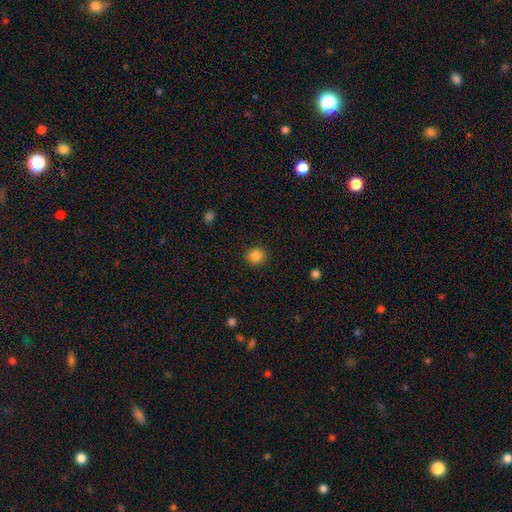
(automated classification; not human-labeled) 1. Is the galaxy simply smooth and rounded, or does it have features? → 85% smooth, 11% star or artifact, 4% featured or disk.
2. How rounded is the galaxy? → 87% round, 12% in between, 1% cigar-shaped.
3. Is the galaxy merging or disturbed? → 91% none, 6% minor disturbance, 2% major disturbance, 1% merger.